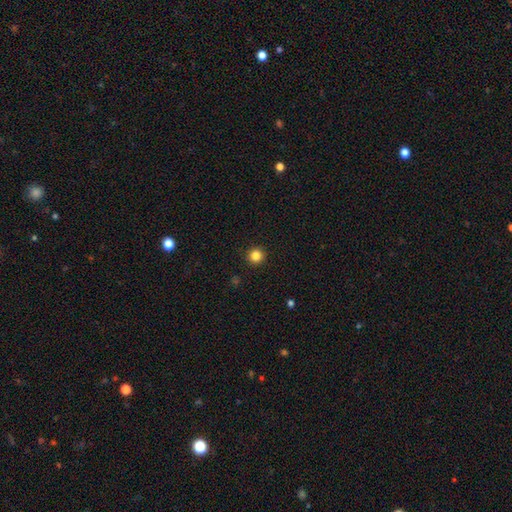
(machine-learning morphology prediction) A smooth galaxy with no disk features (84%) that is round (96%). Merging: none (93%).